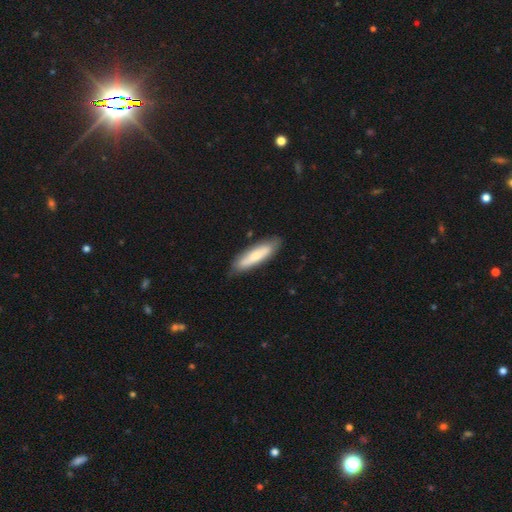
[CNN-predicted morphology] smooth 68%, featured or disk 27%, star or artifact 5%. Down the decision tree: how rounded — cigar-shaped (70%); merging — none (83%).